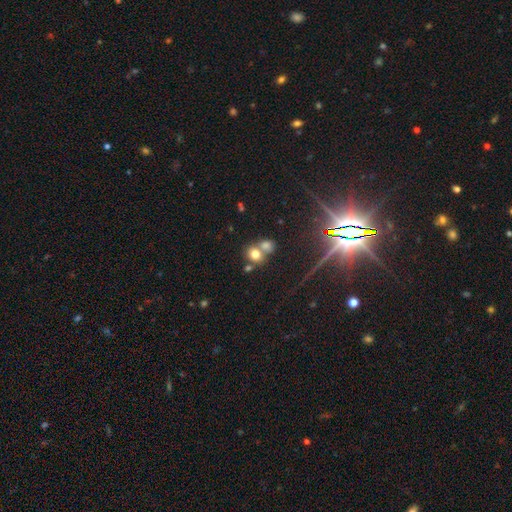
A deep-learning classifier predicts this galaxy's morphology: smooth_or_featured: smooth (p=0.72) [alt: star or artifact p=0.15]
how_rounded: round (p=0.69) [alt: in between p=0.29]
merging: merger (p=0.49) [alt: none p=0.40]